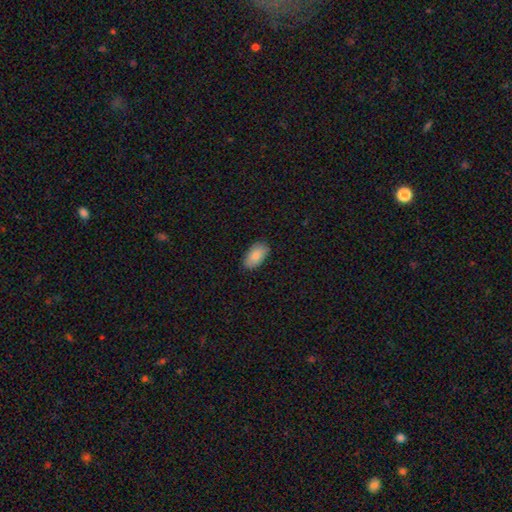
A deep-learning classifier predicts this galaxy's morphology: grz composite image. It shows a smooth galaxy with no disk features (85%) that is in between round and cigar-shaped (94%). Merging: none (86%).